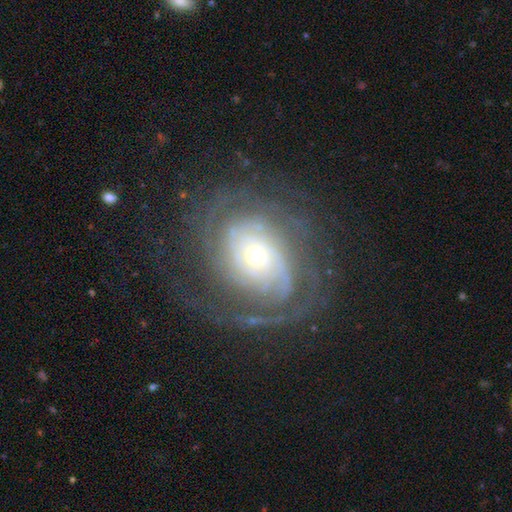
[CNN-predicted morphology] Smooth or featured: featured or disk — 87% (smooth — 7%)
Edge-on disk: no — 97% (yes — 3%)
Bar: no — 76% (weak — 17%)
Spiral arms: yes — 96% (no — 4%)
Spiral winding: tight — 70% (medium — 23%)
Spiral arm count: can't tell — 31% (2 — 21%)
Bulge size: small — 61% (moderate — 32%)
Merging: none — 71% (minor disturbance — 15%)